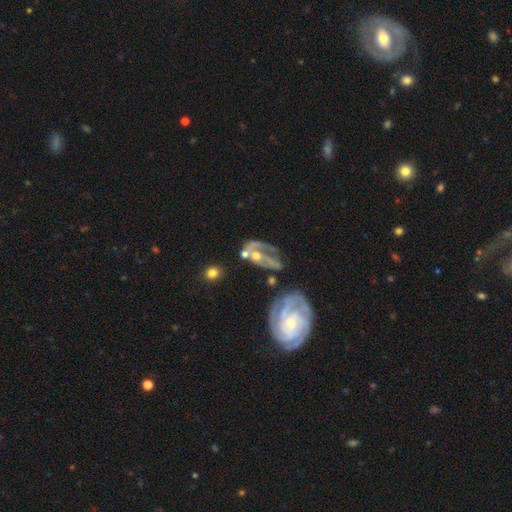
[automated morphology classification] Smooth or featured?
  - featured or disk: 73% *
  - smooth: 18%
  - star or artifact: 9%
Edge-on disk?
  - no: 95% *
  - yes: 5%
Bar?
  - no: 62% *
  - weak: 27%
  - strong: 11%
Spiral arms?
  - yes: 75% *
  - no: 25%
Spiral winding?
  - medium: 39% *
  - tight: 35%
  - loose: 26%
Spiral arm count?
  - 2: 38% *
  - can't tell: 27%
  - 1: 20%
  - 3: 8%
  - 4: 3%
  - more than 4: 3%
Bulge size?
  - small: 46% *
  - moderate: 42%
  - none: 6%
  - large: 4%
  - dominant: 2%
Merging?
  - none: 33% *
  - major disturbance: 26%
  - merger: 22%
  - minor disturbance: 18%